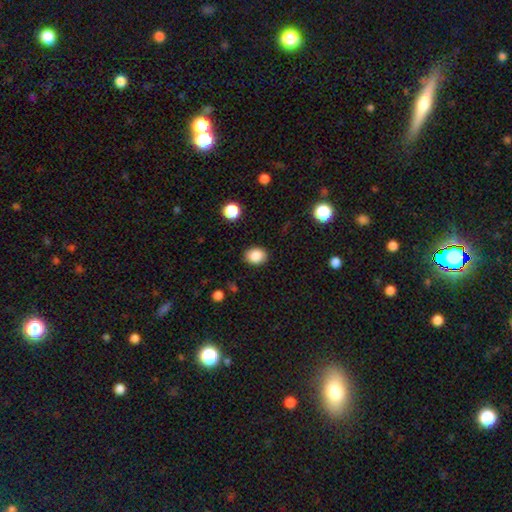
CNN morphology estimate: Q: Smooth or featured?
A: smooth (87%); runner-up: star or artifact (9%)
Q: How rounded?
A: in between (57%); runner-up: round (42%)
Q: Merging?
A: none (88%); runner-up: minor disturbance (8%)